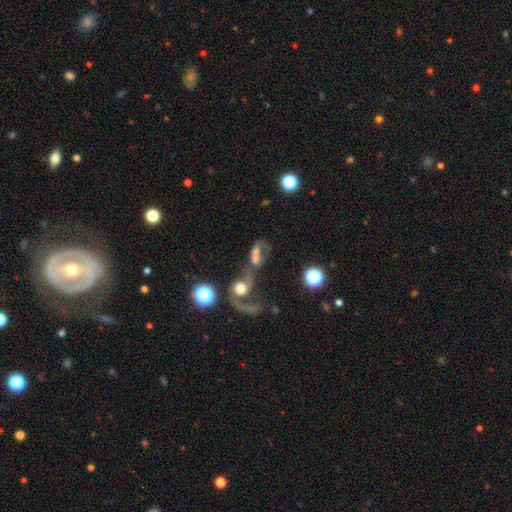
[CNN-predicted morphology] smooth-or-featured: featured or disk: 43% (tied) | smooth: 43% (tied) | star or artifact: 14%
  merging: merger: 61% | major disturbance: 17% | none: 14% | minor disturbance: 8%